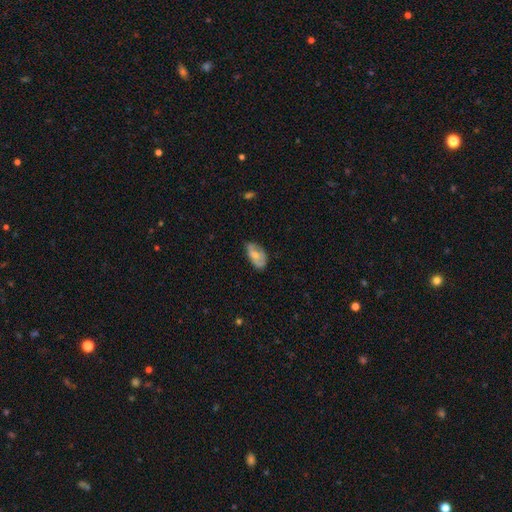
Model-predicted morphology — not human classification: A smooth galaxy with no disk features (62%) that is in between round and cigar-shaped (92%). Merging: none (49%).